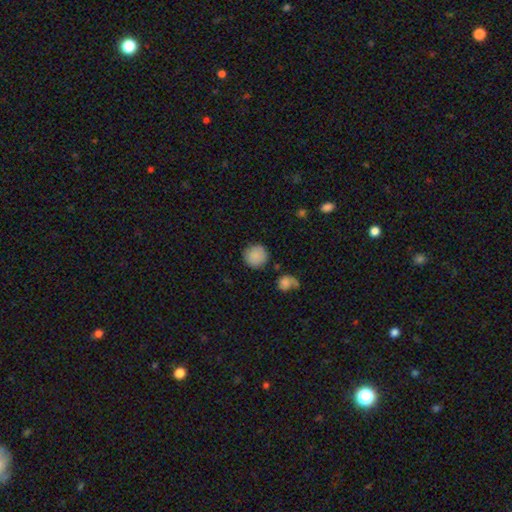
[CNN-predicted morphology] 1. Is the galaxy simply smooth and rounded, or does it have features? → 86% smooth, 8% star or artifact, 6% featured or disk.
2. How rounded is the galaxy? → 93% round, 6% in between, 1% cigar-shaped.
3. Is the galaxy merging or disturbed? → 83% none, 9% minor disturbance, 4% major disturbance, 4% merger.